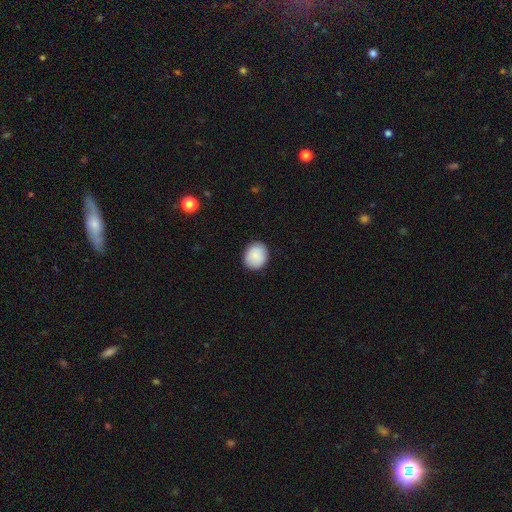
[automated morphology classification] Q: Smooth or featured?
A: smooth (89%); runner-up: star or artifact (7%)
Q: How rounded?
A: round (76%); runner-up: in between (24%)
Q: Merging?
A: none (89%); runner-up: minor disturbance (8%)